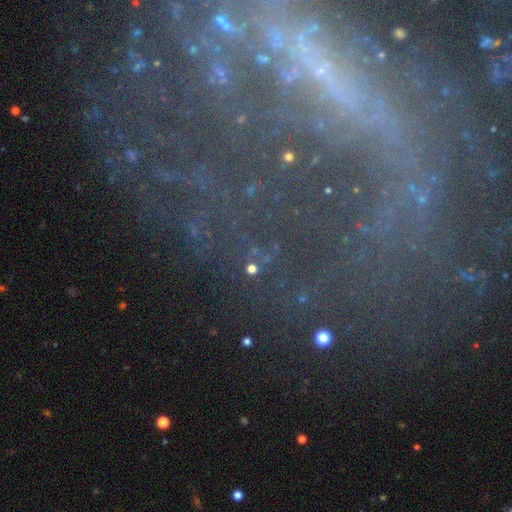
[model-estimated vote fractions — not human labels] Smooth or featured? Predicted: star or artifact (p=0.69).